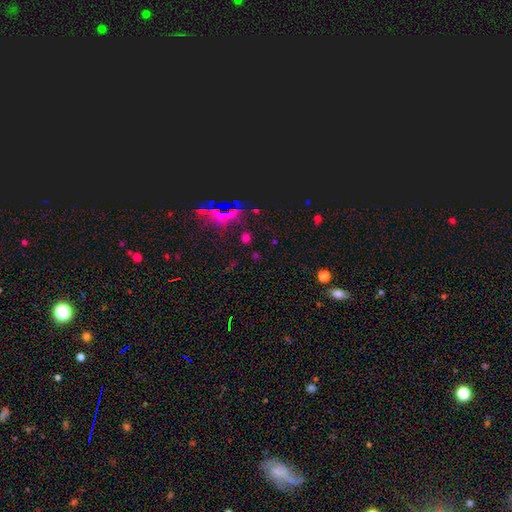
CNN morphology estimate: smooth_or_featured: star or artifact (p=0.56) [alt: smooth p=0.38]